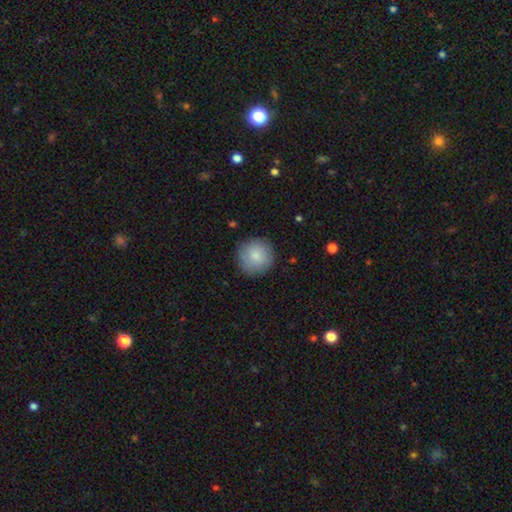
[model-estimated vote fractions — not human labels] smooth_or_featured: smooth (p=0.84) [alt: featured or disk p=0.10]
how_rounded: round (p=0.95) [alt: in between p=0.04]
merging: none (p=0.86) [alt: minor disturbance p=0.10]